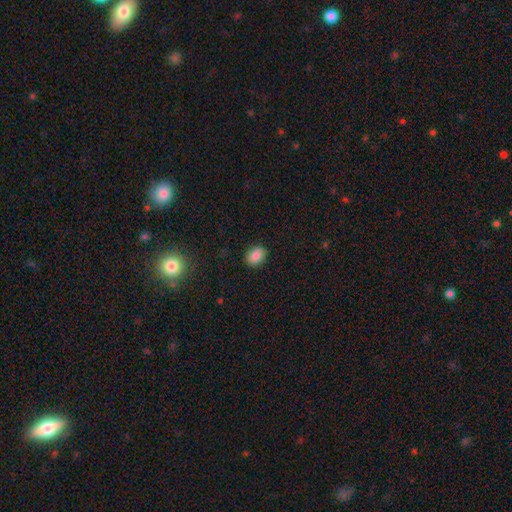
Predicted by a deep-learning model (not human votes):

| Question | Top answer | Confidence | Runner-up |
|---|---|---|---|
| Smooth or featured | smooth | 86% | star or artifact (9%) |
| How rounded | in between | 64% | round (35%) |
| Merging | none | 89% | minor disturbance (8%) |